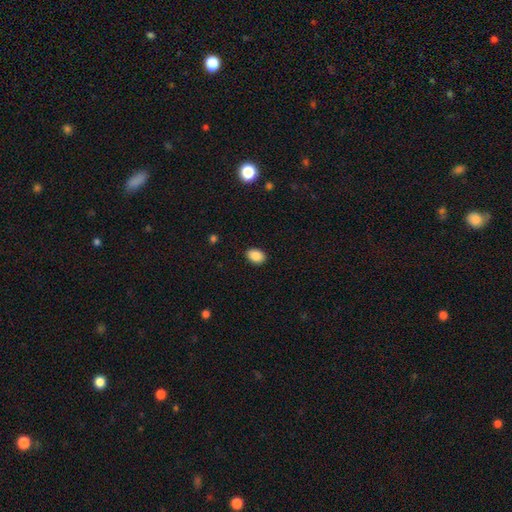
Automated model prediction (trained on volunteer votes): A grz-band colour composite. It shows a smooth galaxy with no disk features (88%) that is in between round and cigar-shaped (82%). Merging: none (89%).